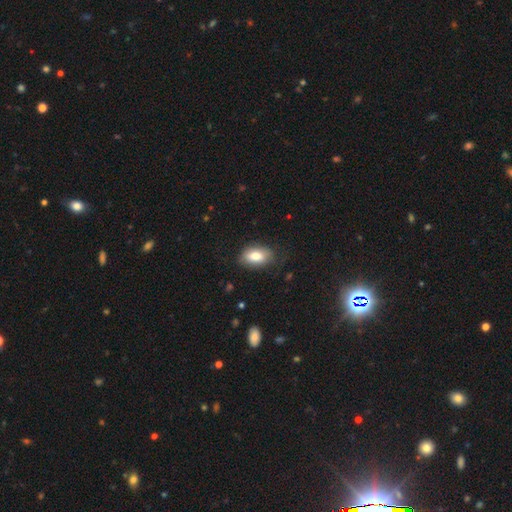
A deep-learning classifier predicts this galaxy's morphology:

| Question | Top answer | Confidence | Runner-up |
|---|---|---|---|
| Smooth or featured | smooth | 80% | featured or disk (13%) |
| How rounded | in between | 91% | round (7%) |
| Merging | none | 75% | minor disturbance (19%) |